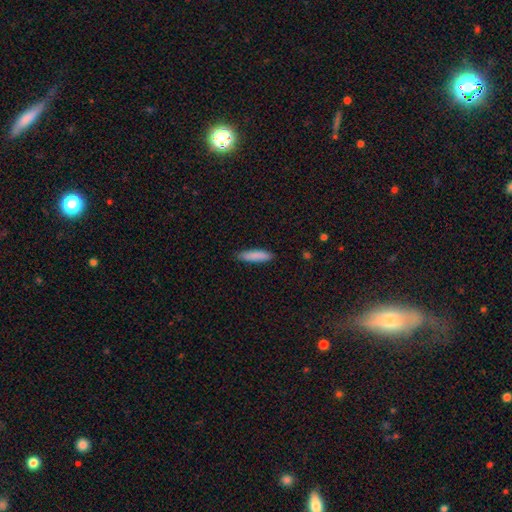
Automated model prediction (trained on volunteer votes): Q: Smooth or featured?
A: smooth (87%); runner-up: featured or disk (7%)
Q: How rounded?
A: cigar-shaped (73%); runner-up: in between (26%)
Q: Merging?
A: none (86%); runner-up: minor disturbance (11%)